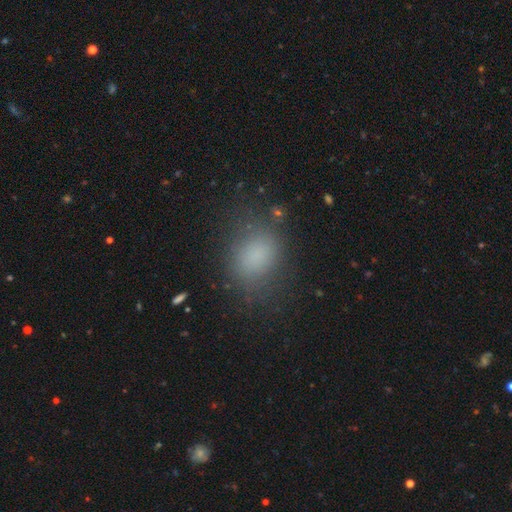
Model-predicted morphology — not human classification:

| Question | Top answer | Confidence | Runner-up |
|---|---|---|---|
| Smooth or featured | smooth | 78% | star or artifact (14%) |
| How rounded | in between | 61% | round (38%) |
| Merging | none | 72% | minor disturbance (18%) |